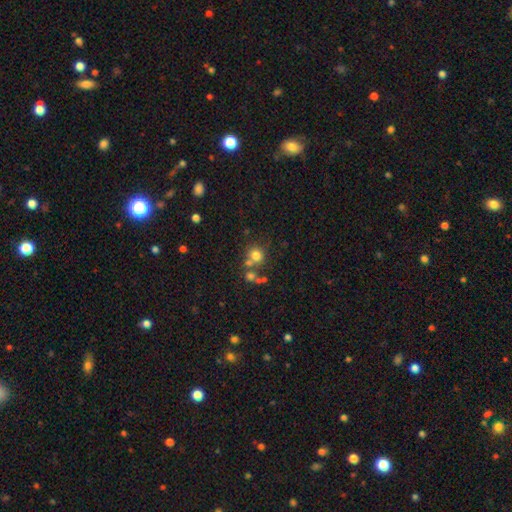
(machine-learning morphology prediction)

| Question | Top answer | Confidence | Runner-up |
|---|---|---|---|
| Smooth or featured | smooth | 73% | star or artifact (16%) |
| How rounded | round | 87% | in between (12%) |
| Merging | none | 56% | merger (30%) |